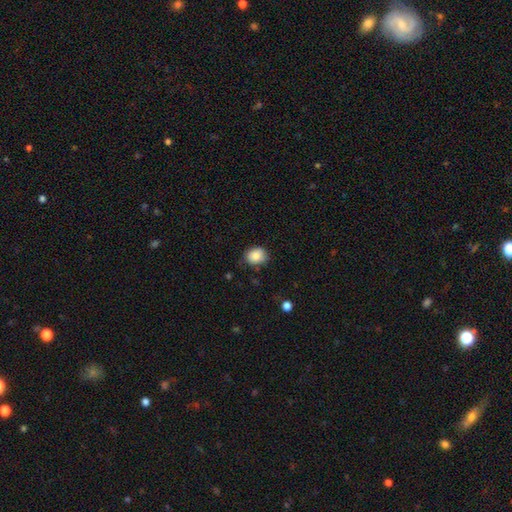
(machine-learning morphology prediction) Q: Smooth or featured?
A: smooth (86%); runner-up: star or artifact (9%)
Q: How rounded?
A: round (52%); runner-up: in between (48%)
Q: Merging?
A: none (75%); runner-up: minor disturbance (20%)